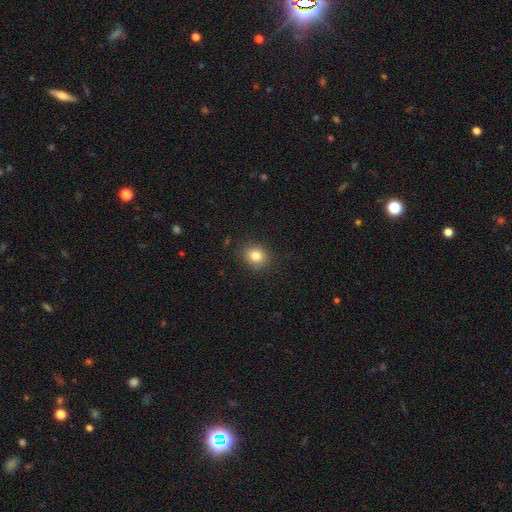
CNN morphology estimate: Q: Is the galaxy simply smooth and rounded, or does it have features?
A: smooth — 82%.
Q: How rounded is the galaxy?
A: round — 72%.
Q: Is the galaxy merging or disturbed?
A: none — 86%.